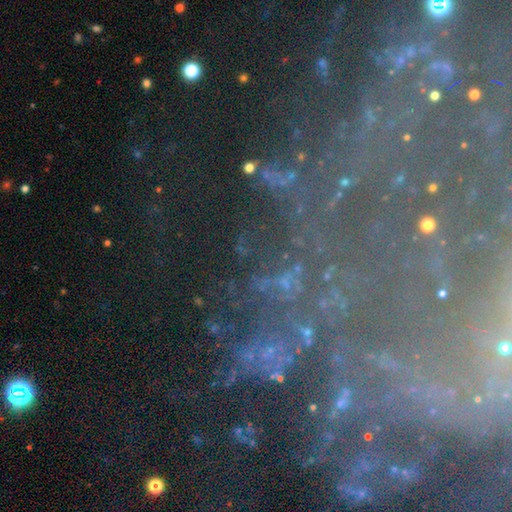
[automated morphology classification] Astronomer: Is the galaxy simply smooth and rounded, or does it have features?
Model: star or artifact — 50% (runner-up: featured or disk, 36%).